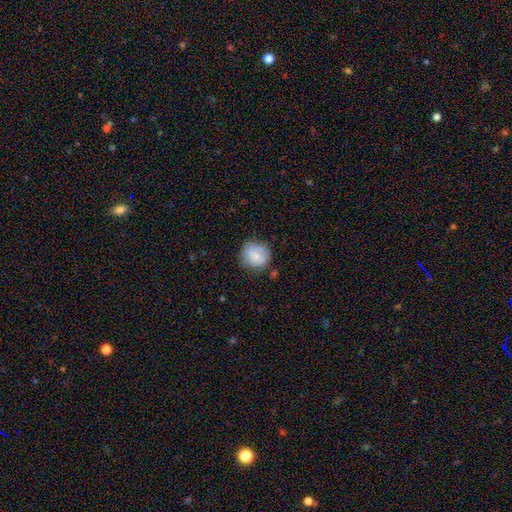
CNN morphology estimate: This is likely a smooth galaxy (71%). How rounded: clearly round (81%). Merging: likely none (67%).